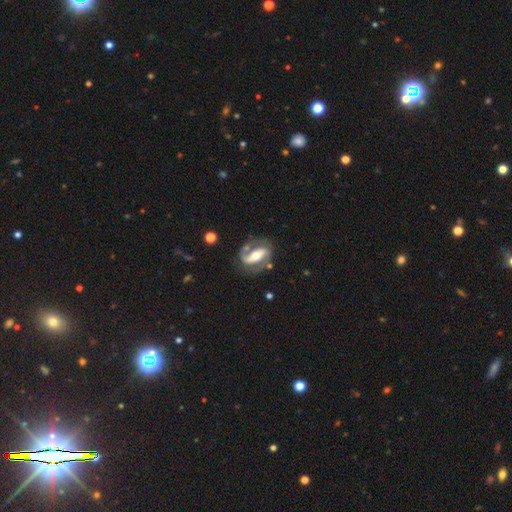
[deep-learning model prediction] The model was most divided on "spiral winding": medium: 48%, tight: 31%, loose: 21%. More confident: edge-on disk — no (96%); spiral arms — yes (92%); smooth or featured — featured or disk (84%); spiral arm count — 2 (77%); merging — none (70%); bulge size — moderate (63%); bar — strong (55%).